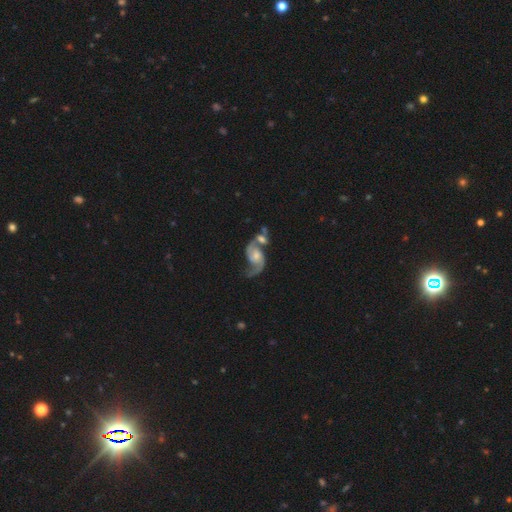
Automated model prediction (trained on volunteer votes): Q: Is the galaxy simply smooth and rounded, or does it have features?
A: featured or disk — 88%.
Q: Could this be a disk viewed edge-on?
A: no — 98%.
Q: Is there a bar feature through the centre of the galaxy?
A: no — 58%.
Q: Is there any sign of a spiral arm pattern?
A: yes — 96%.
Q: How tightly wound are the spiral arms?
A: loose — 55%.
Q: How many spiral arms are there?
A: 2 — 90%.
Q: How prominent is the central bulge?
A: moderate — 44%.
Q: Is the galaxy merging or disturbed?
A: merger — 46%.